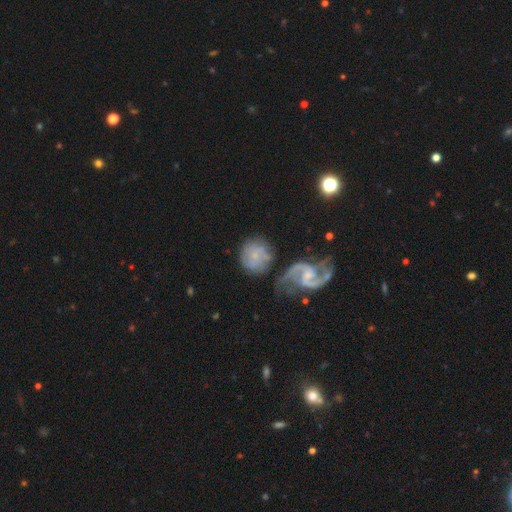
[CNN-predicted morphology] Overall: featured or disk (54%; smooth 37%). Edge-on disk: no (97%). Bar: no (58%; weak 35%). Spiral arms: yes (85%). Bulge size: small (70%). Merging: none (48%; merger 22%).